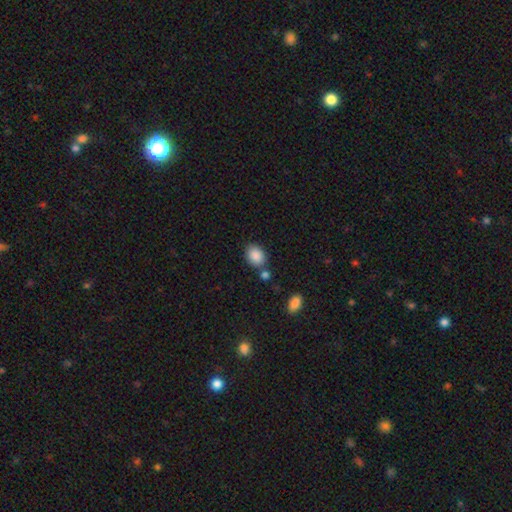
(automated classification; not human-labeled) Smooth or featured?
  - smooth: 88% *
  - star or artifact: 8%
  - featured or disk: 4%
How rounded?
  - in between: 63% *
  - round: 35%
  - cigar-shaped: 1%
Merging?
  - none: 69% *
  - merger: 14%
  - minor disturbance: 13%
  - major disturbance: 4%